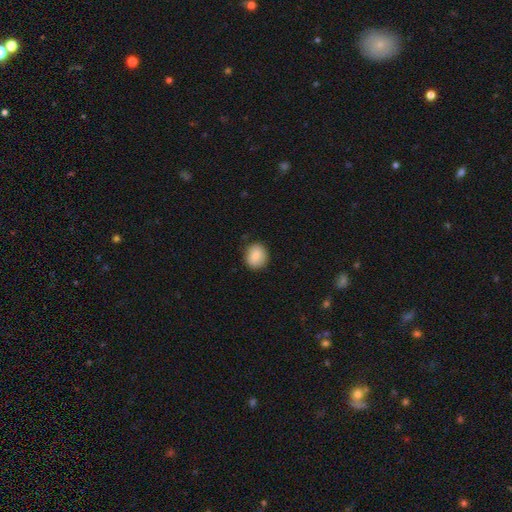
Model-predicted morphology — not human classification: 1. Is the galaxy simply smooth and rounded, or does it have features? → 85% smooth, 8% star or artifact, 7% featured or disk.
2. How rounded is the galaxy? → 64% round, 35% in between, 1% cigar-shaped.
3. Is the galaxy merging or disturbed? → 85% none, 12% minor disturbance, 3% major disturbance, 1% merger.